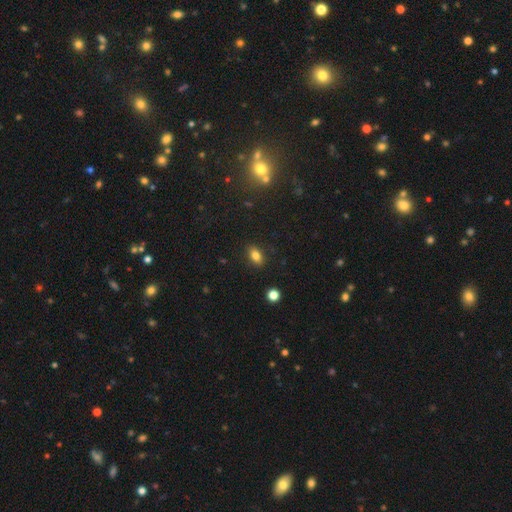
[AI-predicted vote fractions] Smooth or featured: smooth — 81% (star or artifact — 11%)
How rounded: in between — 85% (round — 12%)
Merging: none — 87% (minor disturbance — 9%)